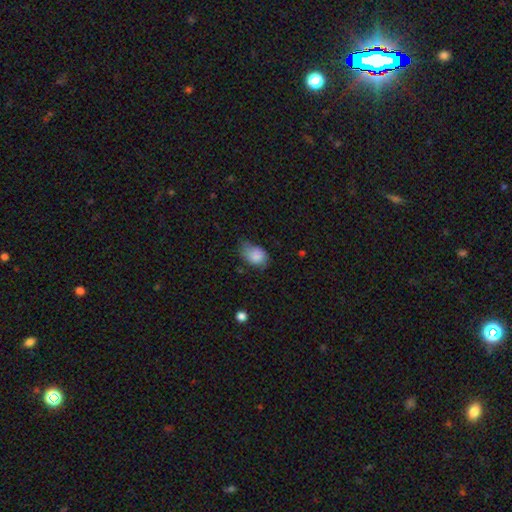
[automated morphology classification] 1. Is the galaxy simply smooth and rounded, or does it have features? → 84% smooth, 8% featured or disk, 8% star or artifact.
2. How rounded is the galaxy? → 77% in between, 22% round, 1% cigar-shaped.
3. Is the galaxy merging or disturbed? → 44% minor disturbance, 39% none, 15% major disturbance, 2% merger.